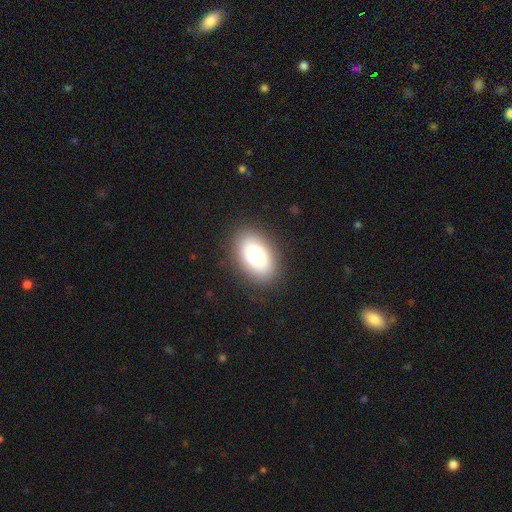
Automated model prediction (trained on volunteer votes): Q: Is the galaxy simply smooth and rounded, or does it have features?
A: smooth — 82%.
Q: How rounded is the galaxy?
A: in between — 92%.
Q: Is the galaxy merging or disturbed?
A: none — 85%.